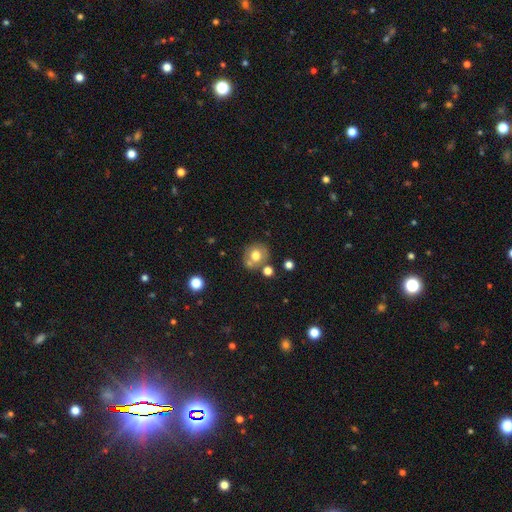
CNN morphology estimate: type=smooth (68%); roundness=round (78%); merging=none (63%).